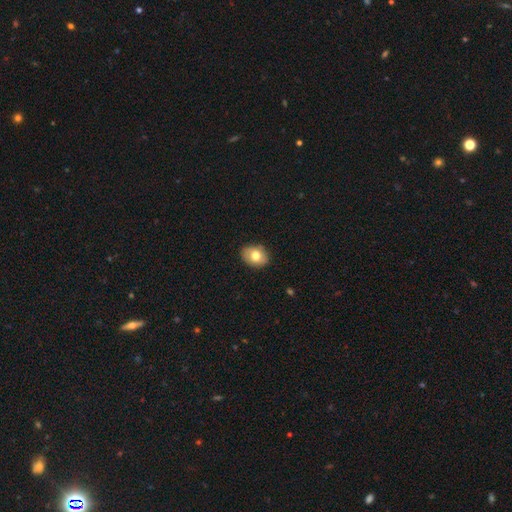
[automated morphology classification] smooth-or-featured: smooth: 74% | featured or disk: 18% | star or artifact: 8%
  how-rounded: in between: 66% | round: 33% | cigar-shaped: 1%
  merging: none: 85% | minor disturbance: 12% | major disturbance: 2% | merger: 1%